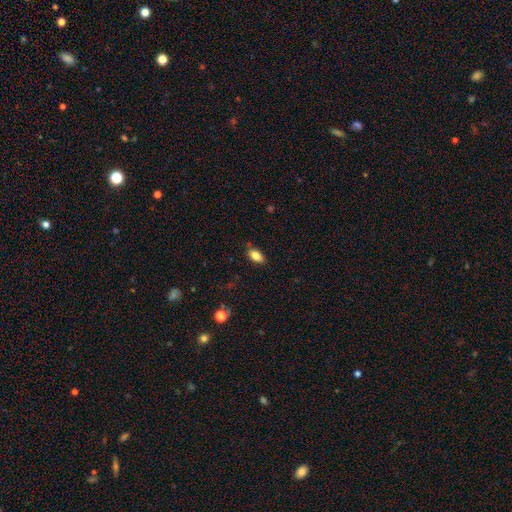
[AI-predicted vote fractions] smooth 83%, star or artifact 9%, featured or disk 8%. Down the decision tree: how rounded — in between (90%); merging — none (81%).